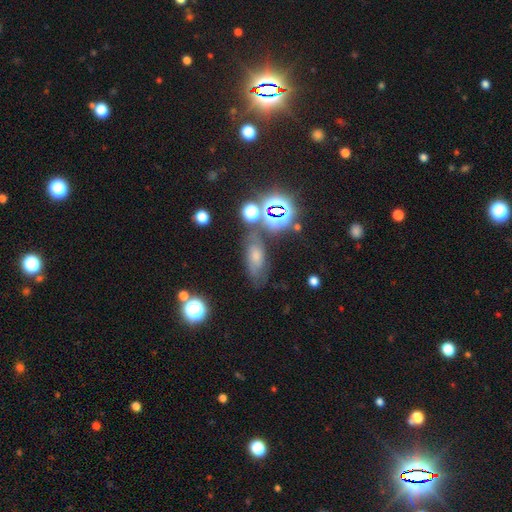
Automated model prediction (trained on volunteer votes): Morphology: type=smooth (40%); merging=none (65%).